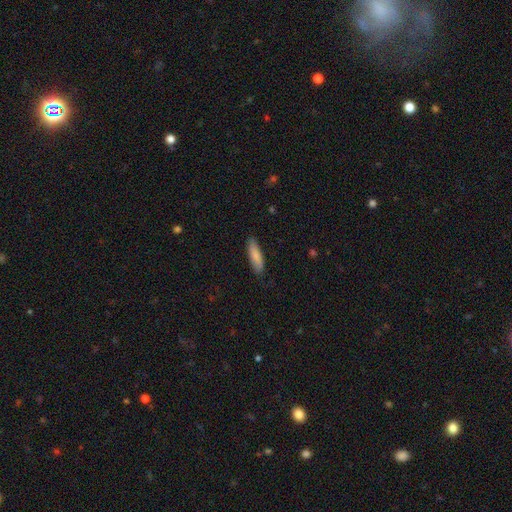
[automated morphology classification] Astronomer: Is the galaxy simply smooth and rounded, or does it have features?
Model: smooth — 83%.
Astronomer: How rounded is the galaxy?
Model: cigar-shaped — 61% (runner-up: in between, 38%).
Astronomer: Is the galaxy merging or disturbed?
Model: none — 83%.